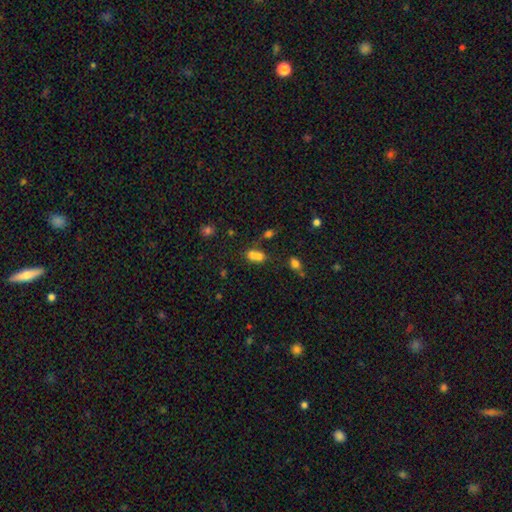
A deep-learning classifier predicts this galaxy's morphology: Q: Smooth or featured?
A: smooth (68%); runner-up: featured or disk (17%)
Q: How rounded?
A: round (51%); runner-up: in between (47%)
Q: Merging?
A: merger (65%); runner-up: none (24%)